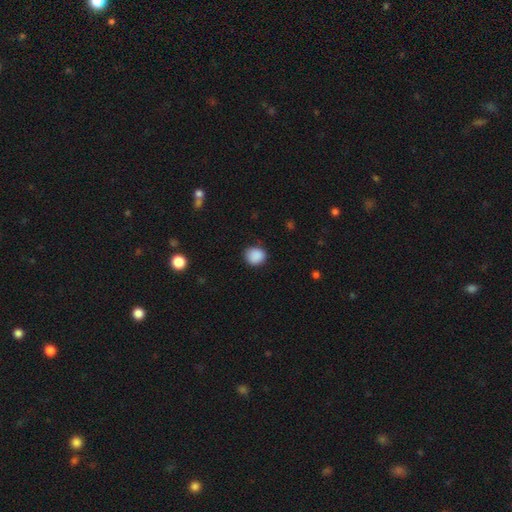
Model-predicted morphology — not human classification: Smooth or featured? smooth (88%)
How rounded? round (79%)
Merging? none (84%)